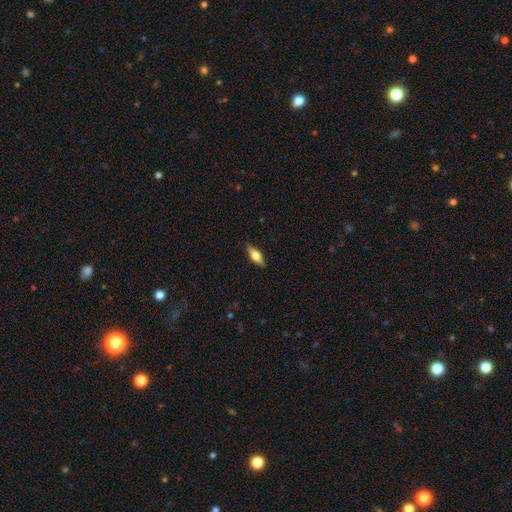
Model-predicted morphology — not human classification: Smooth or featured: featured or disk — 47% (smooth — 46%)
Merging: none — 87% (minor disturbance — 10%)